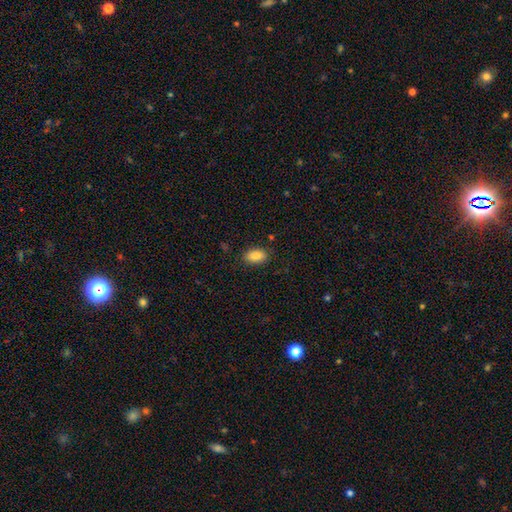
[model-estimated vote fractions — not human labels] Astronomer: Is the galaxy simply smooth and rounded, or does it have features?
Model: smooth — 87%.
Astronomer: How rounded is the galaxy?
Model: in between — 92%.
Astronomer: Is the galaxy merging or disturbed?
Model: none — 86%.